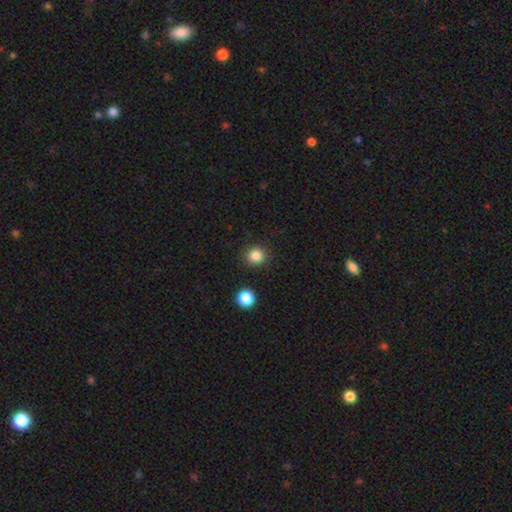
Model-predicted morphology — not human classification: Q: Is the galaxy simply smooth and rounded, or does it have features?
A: smooth — 84%.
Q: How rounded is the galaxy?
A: round — 91%.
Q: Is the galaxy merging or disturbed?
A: none — 90%.